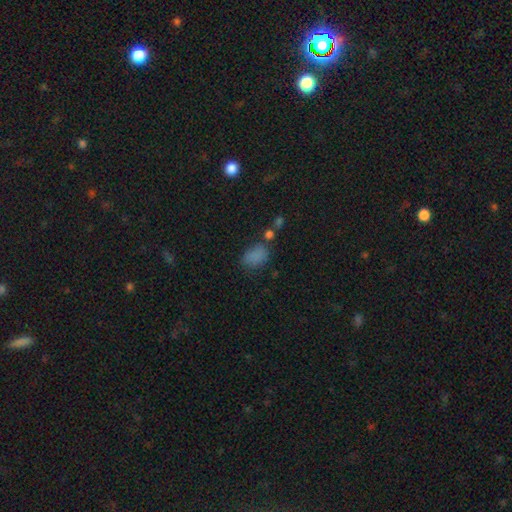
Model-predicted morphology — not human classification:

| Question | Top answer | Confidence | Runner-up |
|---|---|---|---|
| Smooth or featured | smooth | 78% | star or artifact (15%) |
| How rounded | in between | 83% | round (15%) |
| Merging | none | 55% | minor disturbance (23%) |